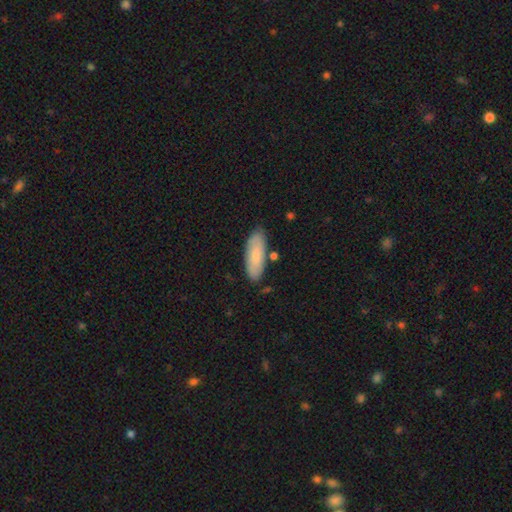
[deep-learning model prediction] smooth_or_featured: smooth (p=0.77) [alt: featured or disk p=0.17]
how_rounded: in between (p=0.67) [alt: cigar-shaped p=0.31]
merging: none (p=0.80) [alt: minor disturbance p=0.14]